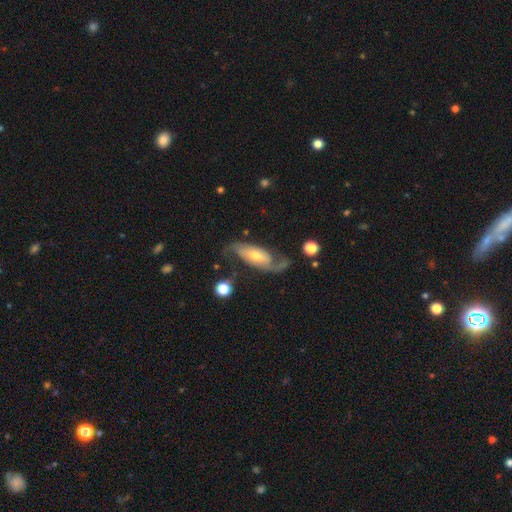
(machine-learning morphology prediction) The model was most divided on "bulge size": moderate: 48%, small: 43%, large: 5%, none: 2%, dominant: 2%. Remaining: spiral arms — yes (93%); edge-on disk — no (91%); spiral arm count — 2 (85%); smooth or featured — featured or disk (79%); merging — none (64%); bar — no (61%); spiral winding — loose (49%).